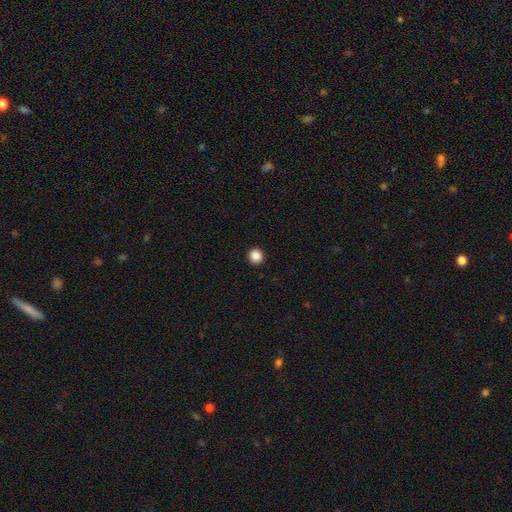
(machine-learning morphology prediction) The model was most divided on "smooth or featured": smooth: 87%, star or artifact: 10%, featured or disk: 3%. More confident: how rounded — round (94%); merging — none (93%).